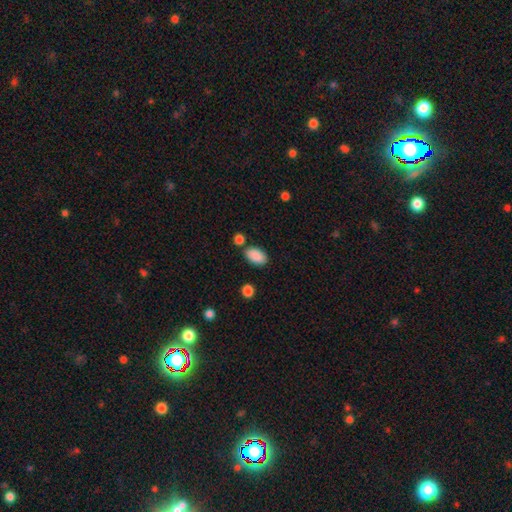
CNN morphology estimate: Smooth or featured?
  - smooth: 89% *
  - star or artifact: 7%
  - featured or disk: 3%
How rounded?
  - in between: 93% *
  - round: 5%
  - cigar-shaped: 2%
Merging?
  - none: 80% *
  - minor disturbance: 11%
  - merger: 6%
  - major disturbance: 3%